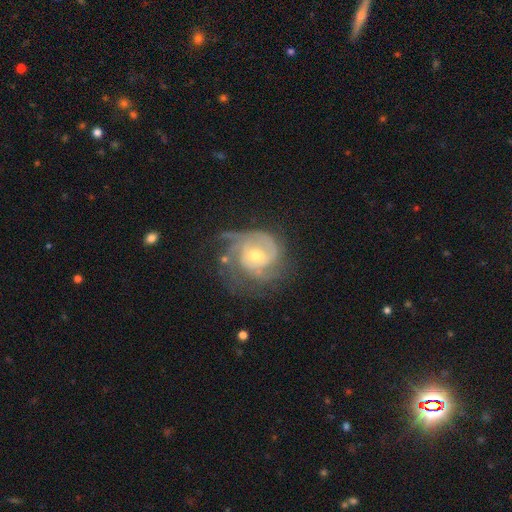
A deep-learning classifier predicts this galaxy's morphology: Smooth or featured? Predicted: featured or disk (p=0.83). Edge-on disk? Predicted: no (p=0.98). Bar? Predicted: no (p=0.67). Spiral arms? Predicted: yes (p=0.92). Spiral winding? Predicted: tight (p=0.58). Spiral arm count? Predicted: can't tell (p=0.31). Bulge size? Predicted: moderate (p=0.61). Merging? Predicted: none (p=0.52).